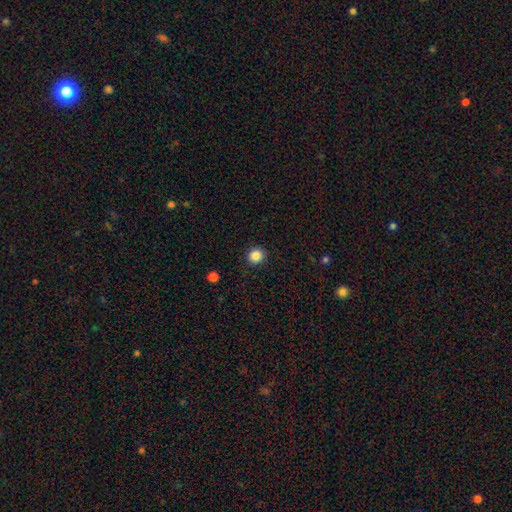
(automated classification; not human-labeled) A smooth galaxy with no disk features (86%) that is round (89%). Merging: none (91%).